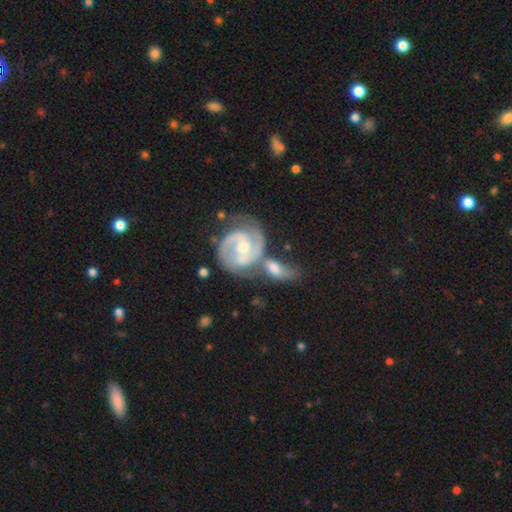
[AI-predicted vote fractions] Smooth or featured? featured or disk (71%)
Edge-on disk? no (95%)
Bar? weak (43%)
Spiral arms? yes (88%)
Spiral winding? tight (53%)
Spiral arm count? 2 (55%)
Bulge size? small (54%)
Merging? none (47%)